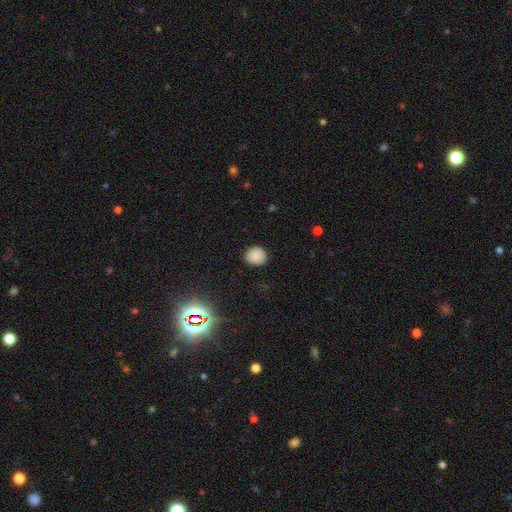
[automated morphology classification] type=smooth (83%); roundness=round (78%); merging=none (83%).